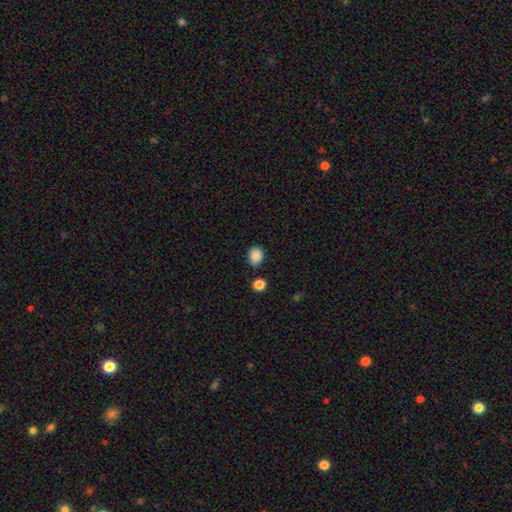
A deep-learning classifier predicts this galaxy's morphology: smooth_or_featured: smooth (p=0.87) [alt: star or artifact p=0.10]
how_rounded: round (p=0.56) [alt: in between p=0.43]
merging: none (p=0.84) [alt: minor disturbance p=0.10]